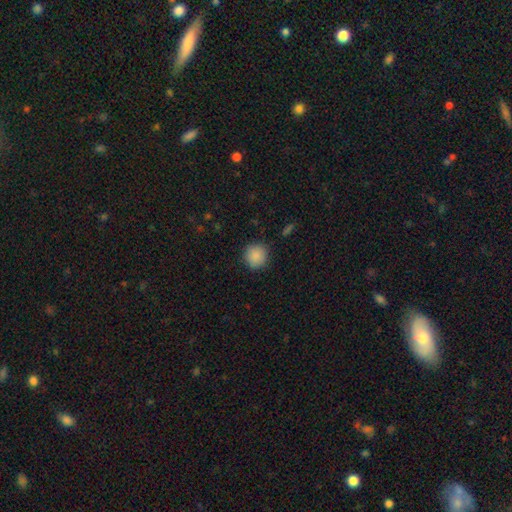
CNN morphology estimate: smooth 88%, star or artifact 9%, featured or disk 3%. Down the decision tree: how rounded — round (92%); merging — none (89%).